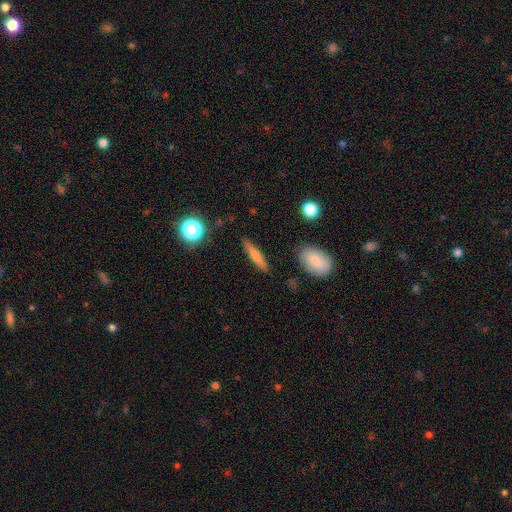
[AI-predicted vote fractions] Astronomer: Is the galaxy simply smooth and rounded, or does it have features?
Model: smooth — 64%.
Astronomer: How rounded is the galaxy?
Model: cigar-shaped — 86%.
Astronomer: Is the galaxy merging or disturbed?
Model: none — 87%.